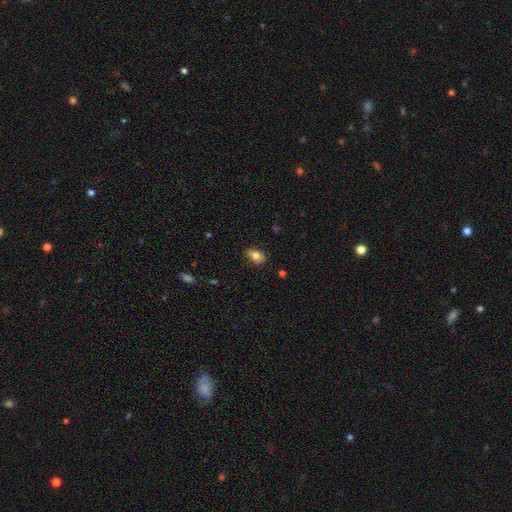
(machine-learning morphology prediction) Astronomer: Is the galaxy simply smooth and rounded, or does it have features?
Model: smooth — 81%.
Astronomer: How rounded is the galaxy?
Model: in between — 83%.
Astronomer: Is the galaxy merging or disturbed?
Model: none — 83%.